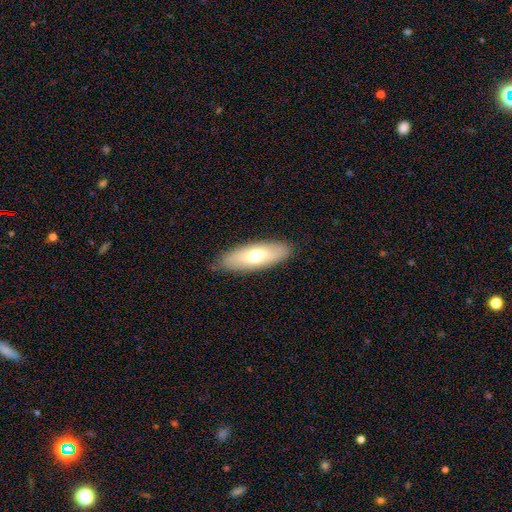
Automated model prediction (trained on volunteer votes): Morphology: type=smooth (65%); roundness=in between (63%); merging=none (86%).